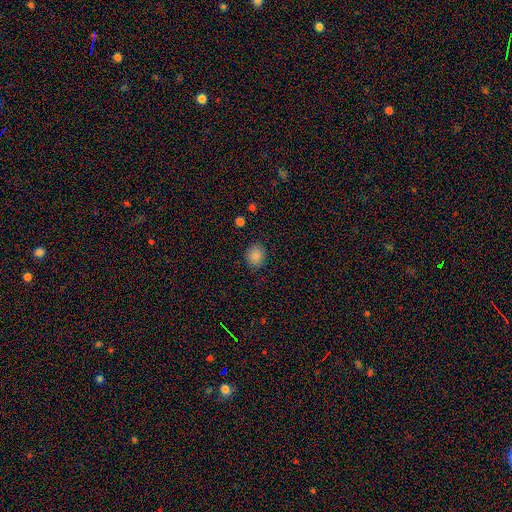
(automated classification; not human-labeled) Morphology: type=smooth (86%); roundness=round (70%); merging=none (86%).